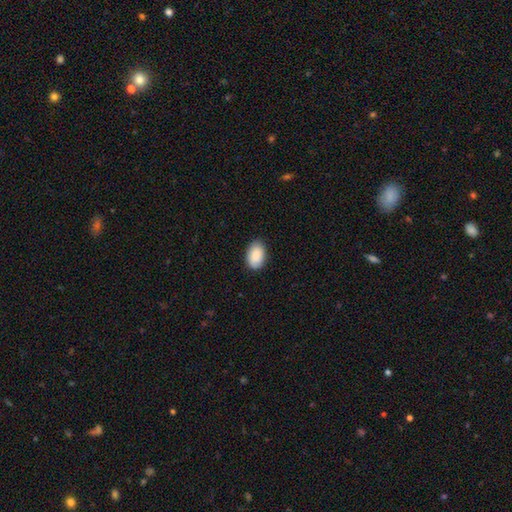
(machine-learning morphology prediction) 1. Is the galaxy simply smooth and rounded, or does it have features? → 89% smooth, 6% star or artifact, 5% featured or disk.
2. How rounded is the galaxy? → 92% in between, 7% round, 1% cigar-shaped.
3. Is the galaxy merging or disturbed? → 84% none, 13% minor disturbance, 2% major disturbance, 1% merger.